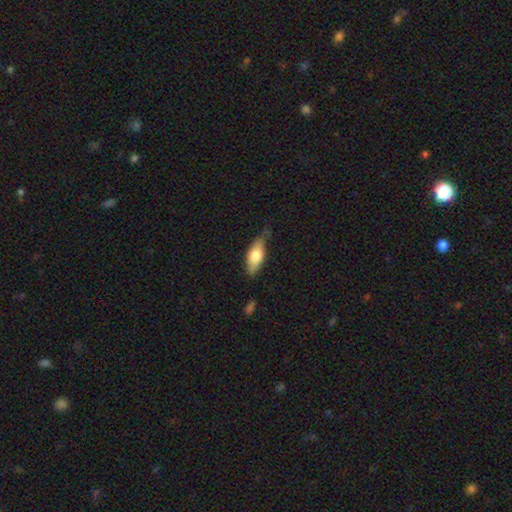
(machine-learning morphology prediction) smooth_or_featured: smooth (p=0.68) [alt: featured or disk p=0.26]
how_rounded: in between (p=0.75) [alt: cigar-shaped p=0.22]
merging: none (p=0.66) [alt: minor disturbance p=0.27]